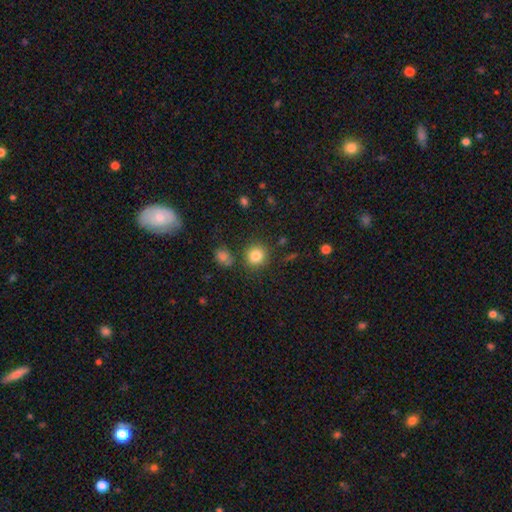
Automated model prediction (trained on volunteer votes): Smooth or featured? Predicted: smooth (p=0.83). How rounded? Predicted: round (p=0.88). Merging? Predicted: none (p=0.84).